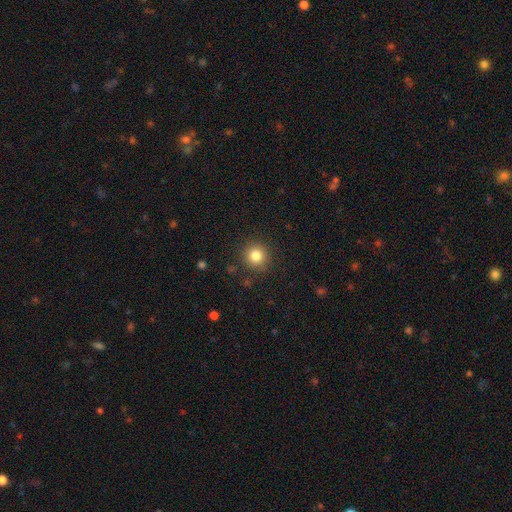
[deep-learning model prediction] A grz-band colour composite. It shows a smooth galaxy with no disk features (83%) that is round (94%). Merging: none (89%).